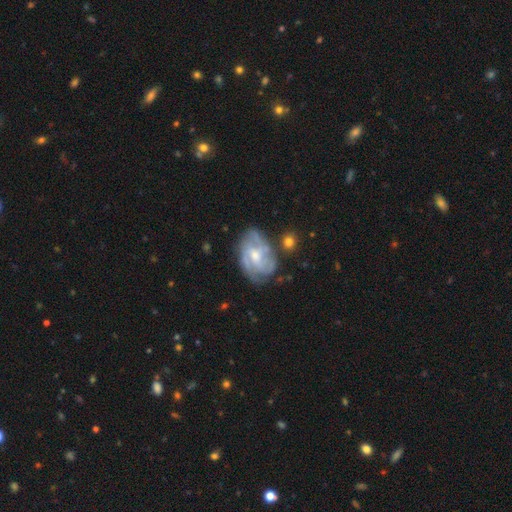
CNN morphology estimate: Smooth or featured?
  - featured or disk: 78% *
  - smooth: 16%
  - star or artifact: 6%
Edge-on disk?
  - no: 97% *
  - yes: 3%
Bar?
  - no: 48% *
  - weak: 44%
  - strong: 8%
Spiral arms?
  - yes: 88% *
  - no: 12%
Spiral winding?
  - tight: 47% *
  - medium: 40%
  - loose: 13%
Spiral arm count?
  - can't tell: 33% *
  - 3: 26%
  - 2: 22%
  - 4: 10%
  - 1: 4%
  - more than 4: 4%
Bulge size?
  - moderate: 50% *
  - small: 42%
  - none: 4%
  - large: 3%
  - dominant: 1%
Merging?
  - none: 59% *
  - minor disturbance: 24%
  - major disturbance: 12%
  - merger: 5%